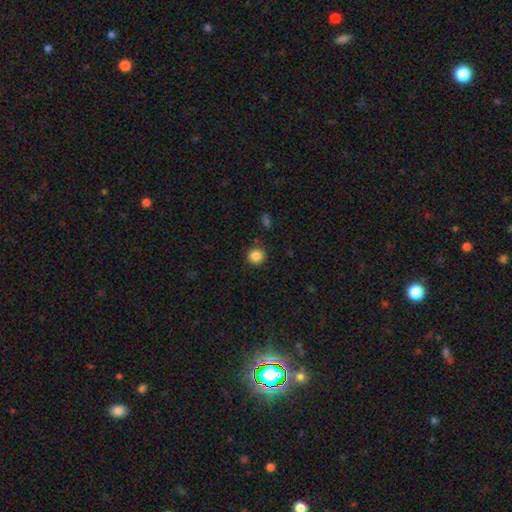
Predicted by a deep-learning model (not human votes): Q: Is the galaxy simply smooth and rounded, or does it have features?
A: smooth — 86%.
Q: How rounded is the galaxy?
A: round — 92%.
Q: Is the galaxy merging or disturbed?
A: none — 90%.